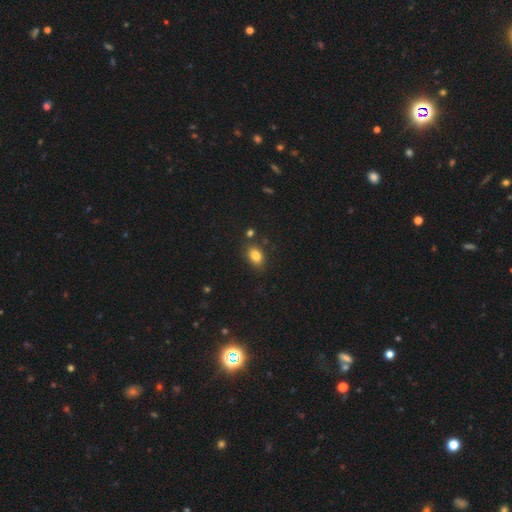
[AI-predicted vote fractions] This is clearly a smooth galaxy (84%). How rounded: clearly in between (81%). Merging: likely none (79%).